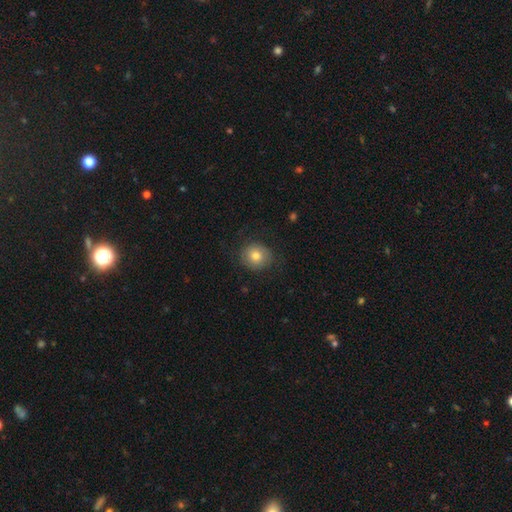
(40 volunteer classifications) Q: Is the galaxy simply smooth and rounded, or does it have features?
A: smooth — 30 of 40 (75%).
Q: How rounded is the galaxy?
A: round — 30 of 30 (100%).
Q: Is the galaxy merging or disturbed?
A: none — 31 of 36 (86%).